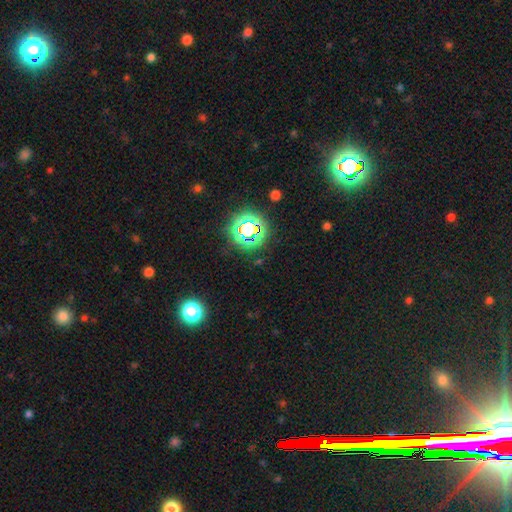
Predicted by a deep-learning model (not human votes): This is likely a star or artifact rather than a galaxy (76%).